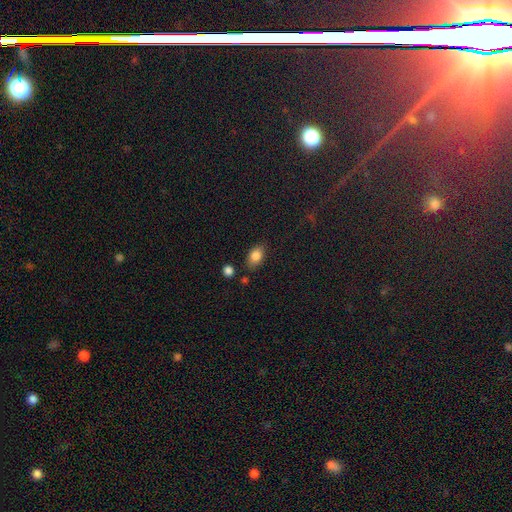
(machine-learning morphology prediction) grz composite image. It shows a smooth galaxy with no disk features (84%) that is in between round and cigar-shaped (83%). Merging: none (76%).